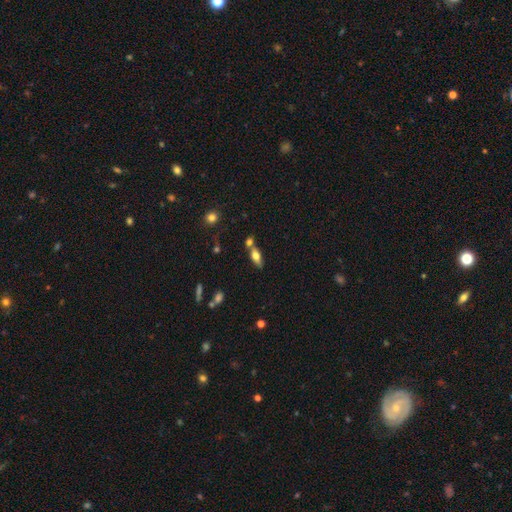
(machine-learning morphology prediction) type=smooth (63%); roundness=in between (73%); merging=none (57%).